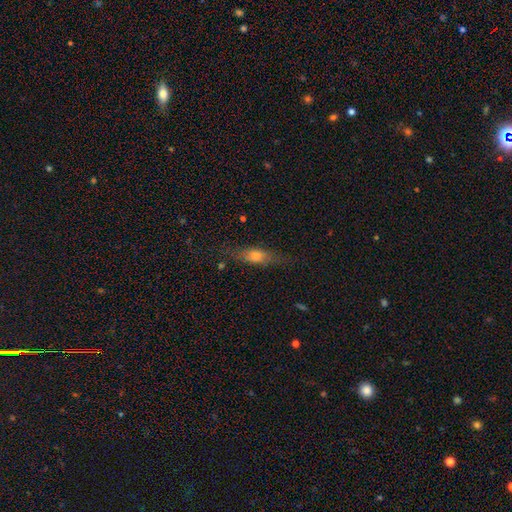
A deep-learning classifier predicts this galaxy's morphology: Smooth or featured? smooth (48%)
Merging? none (77%)